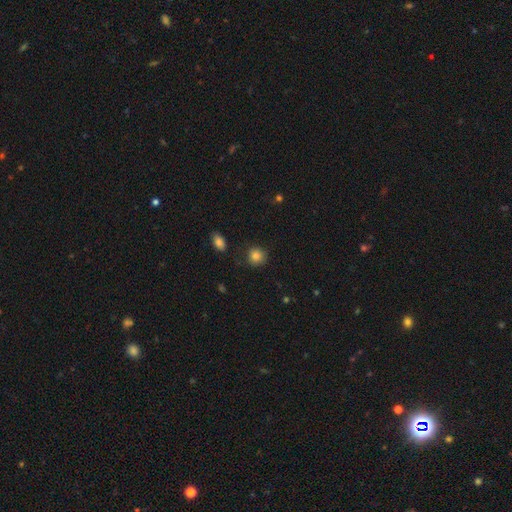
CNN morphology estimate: Overall: smooth (85%). How rounded: round (86%). Merging: none (83%).